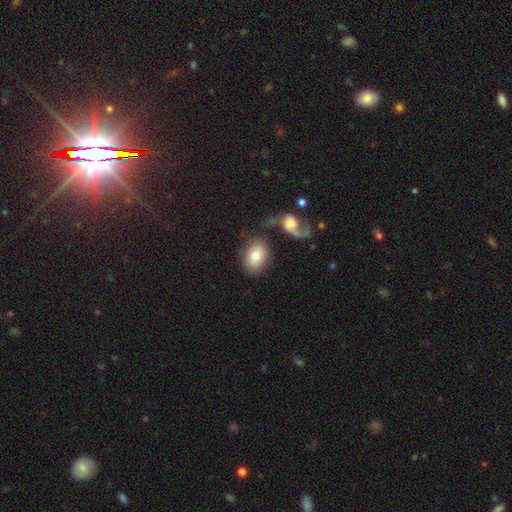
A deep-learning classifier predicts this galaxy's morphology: Overall: smooth (75%). How rounded: in between (76%). Merging: none (66%).